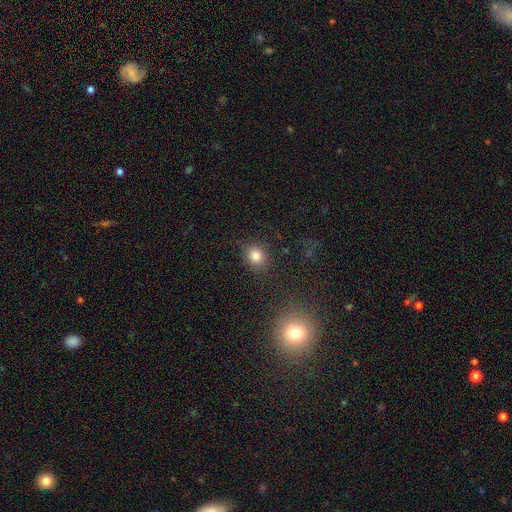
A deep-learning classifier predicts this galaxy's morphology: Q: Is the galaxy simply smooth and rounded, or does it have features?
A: smooth — 81%.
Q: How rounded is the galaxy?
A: round — 69%.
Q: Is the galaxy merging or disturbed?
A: none — 81%.